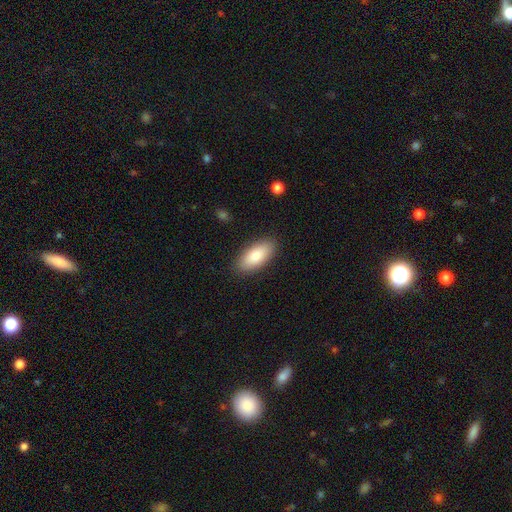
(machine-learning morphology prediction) A smooth galaxy with no disk features (86%) that is in between round and cigar-shaped (89%).

Vote fractions:
- Smooth or featured? smooth: 86% / featured or disk: 8% / star or artifact: 6%
- How rounded? in between: 89% / cigar-shaped: 9% / round: 2%
- Merging? none: 87% / minor disturbance: 9% / major disturbance: 2% / merger: 1%